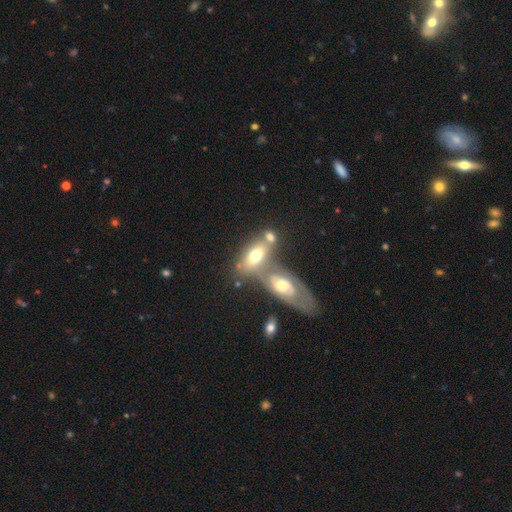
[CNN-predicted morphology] type=smooth (53%); roundness=in between (86%); merging=merger (50%).